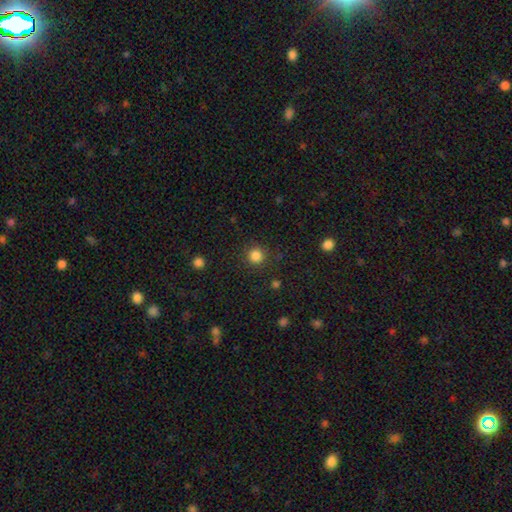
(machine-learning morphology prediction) Overall: smooth (84%). How rounded: round (94%). Merging: none (89%).